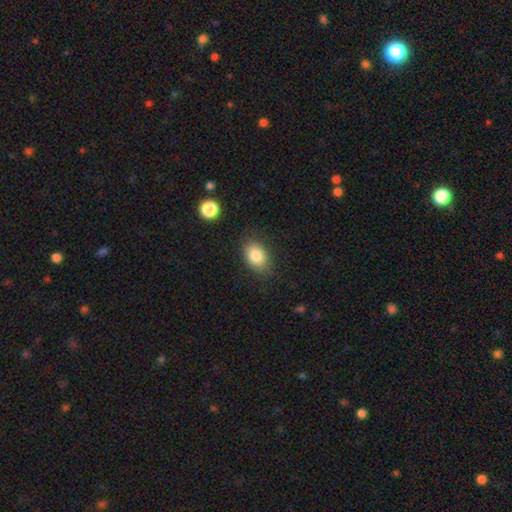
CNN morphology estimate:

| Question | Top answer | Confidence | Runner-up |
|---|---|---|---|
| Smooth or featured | smooth | 83% | star or artifact (9%) |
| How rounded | in between | 80% | round (19%) |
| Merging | none | 80% | minor disturbance (15%) |